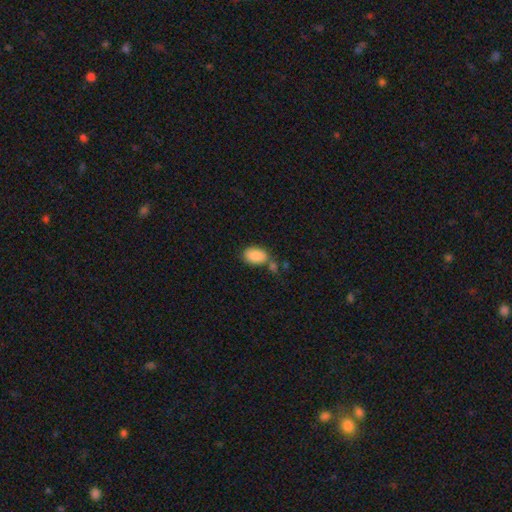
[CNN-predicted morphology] Smooth or featured? Predicted: smooth (p=0.87). How rounded? Predicted: in between (p=0.90). Merging? Predicted: none (p=0.62).